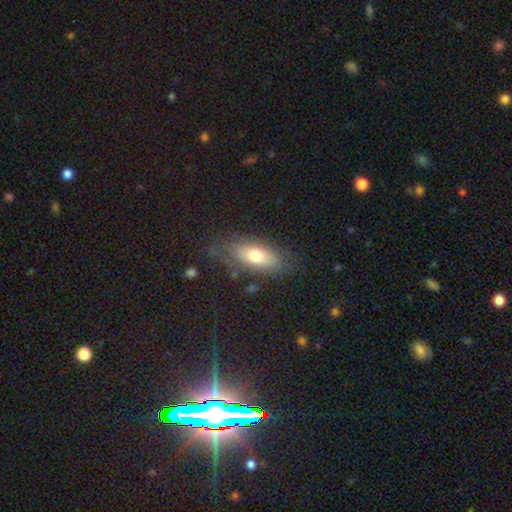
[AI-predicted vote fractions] Smooth or featured?
  - smooth: 69% *
  - featured or disk: 23%
  - star or artifact: 8%
How rounded?
  - in between: 81% *
  - cigar-shaped: 15%
  - round: 4%
Merging?
  - none: 71% *
  - minor disturbance: 19%
  - major disturbance: 7%
  - merger: 2%